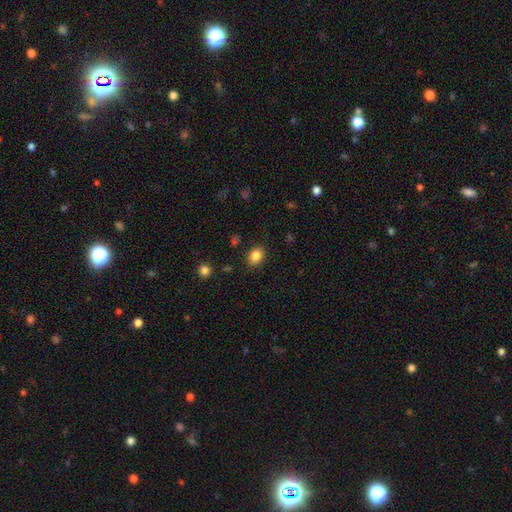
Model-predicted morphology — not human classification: smooth_or_featured: smooth (p=0.85) [alt: star or artifact p=0.10]
how_rounded: in between (p=0.65) [alt: round p=0.34]
merging: none (p=0.85) [alt: minor disturbance p=0.10]